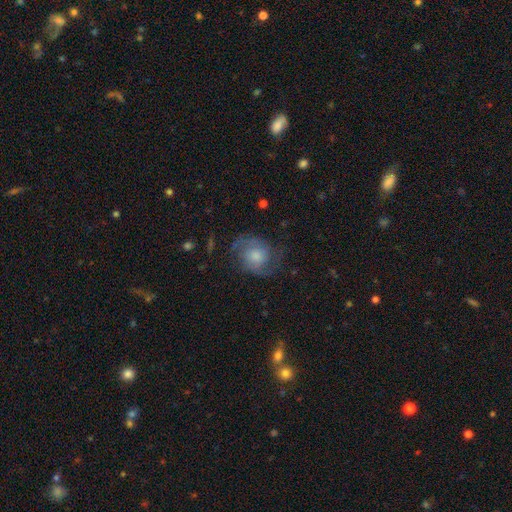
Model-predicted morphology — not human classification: smooth_or_featured: featured or disk (p=0.62) [alt: smooth p=0.30]
disk_edge_on: no (p=0.98) [alt: yes p=0.02]
bar: no (p=0.73) [alt: weak p=0.24]
has_spiral_arms: yes (p=0.88) [alt: no p=0.12]
spiral_winding: medium (p=0.49) [alt: loose p=0.27]
spiral_arm_count: 2 (p=0.82) [alt: can't tell p=0.09]
bulge_size: moderate (p=0.37) [alt: small p=0.28]
merging: none (p=0.61) [alt: minor disturbance p=0.21]